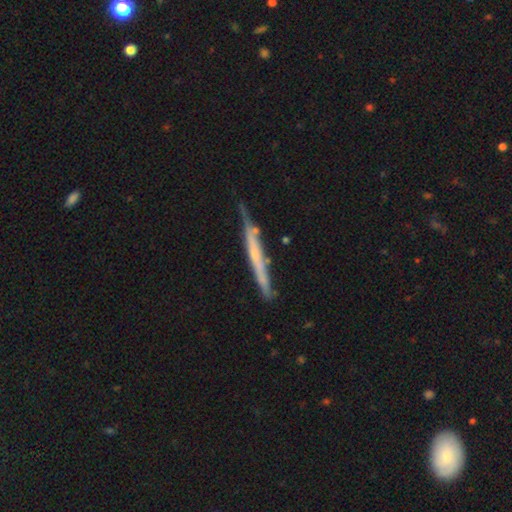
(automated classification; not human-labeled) smooth-or-featured: featured or disk: 61% | smooth: 33% | star or artifact: 6%
  disk-edge-on: yes: 91% | no: 9%
    edge-on-bulge: none: 71% | rounded: 21% | boxy: 8%
  merging: none: 67% | minor disturbance: 24% | major disturbance: 5% | merger: 4%